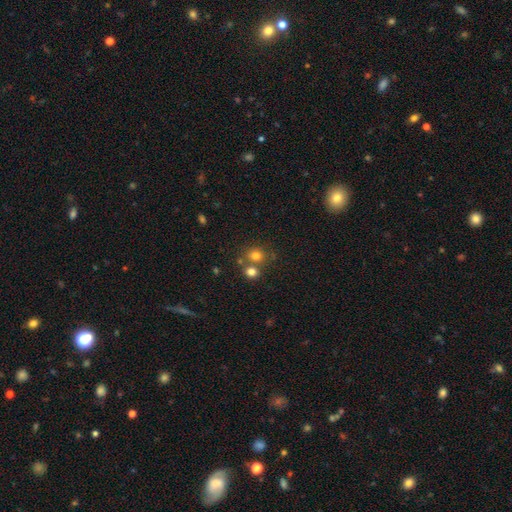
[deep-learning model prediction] Morphology: type=smooth (77%); roundness=round (76%); merging=none (58%).